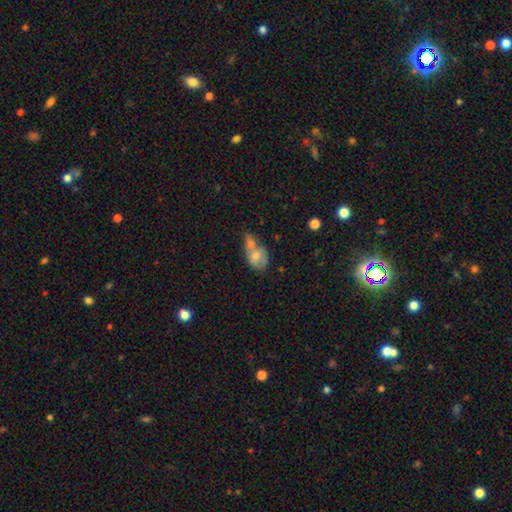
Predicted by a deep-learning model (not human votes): This appears to be a smooth galaxy with no disk features (63%) that is in between round and cigar-shaped (59%). Merging: merger (58%).